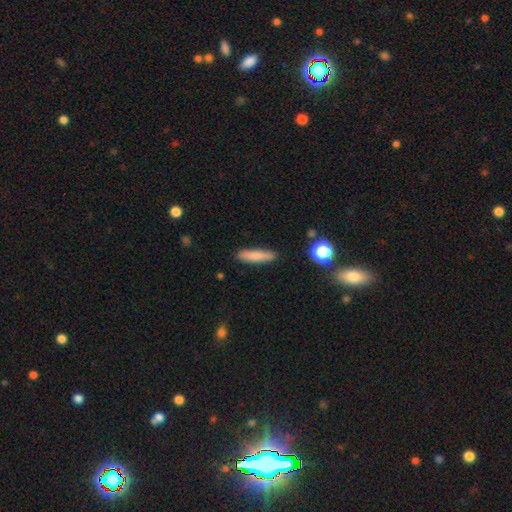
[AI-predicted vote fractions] A smooth galaxy with no disk features (79%) that is cigar-shaped (86%).

Vote fractions:
- Smooth or featured? smooth: 79% / featured or disk: 14% / star or artifact: 8%
- How rounded? cigar-shaped: 86% / in between: 12% / round: 2%
- Merging? none: 87% / minor disturbance: 9% / major disturbance: 2% / merger: 2%